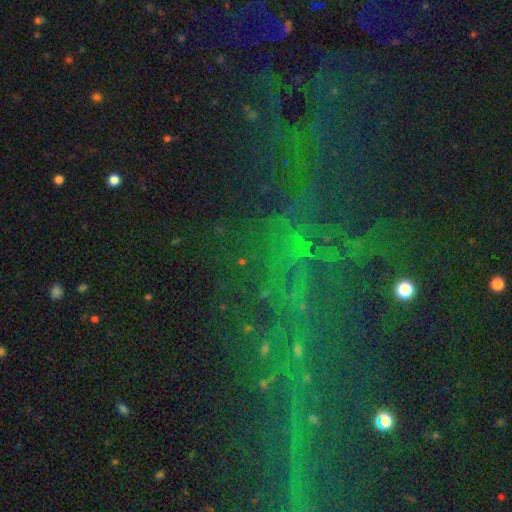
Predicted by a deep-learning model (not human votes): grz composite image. It shows a star or artifact, not a galaxy (69%).